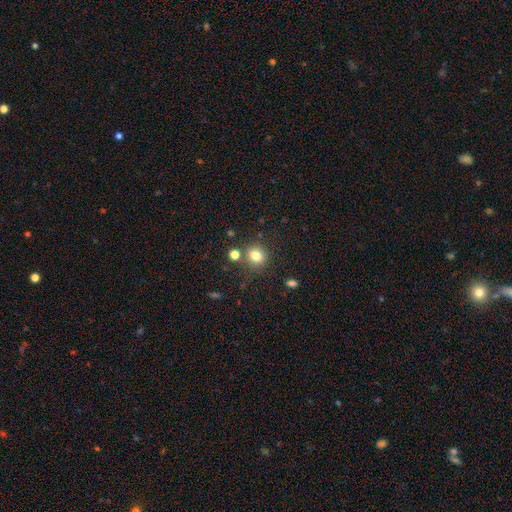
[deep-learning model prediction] smooth 80%, star or artifact 13%, featured or disk 7%. Down the decision tree: how rounded — round (69%); merging — none (75%).